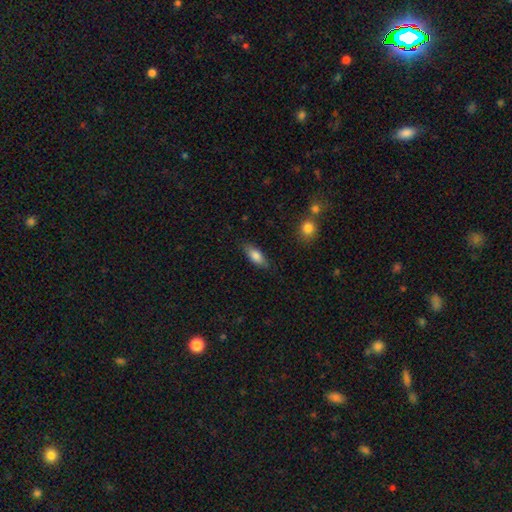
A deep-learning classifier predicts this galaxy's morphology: This appears to be a smooth galaxy with no disk features (79%) that is in between round and cigar-shaped (75%). Merging: none (84%).